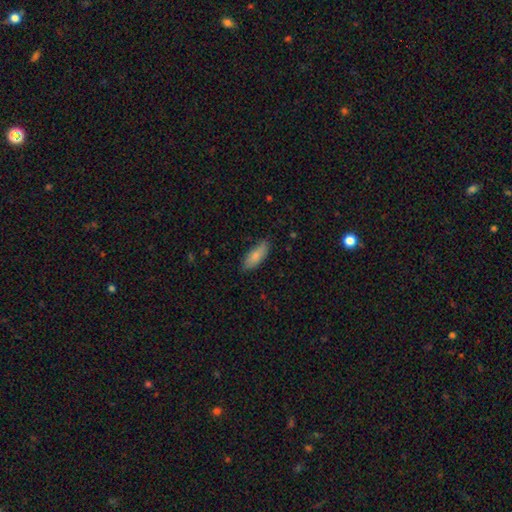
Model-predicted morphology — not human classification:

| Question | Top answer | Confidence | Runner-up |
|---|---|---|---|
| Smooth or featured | smooth | 82% | featured or disk (12%) |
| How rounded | in between | 75% | cigar-shaped (23%) |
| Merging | none | 80% | minor disturbance (16%) |